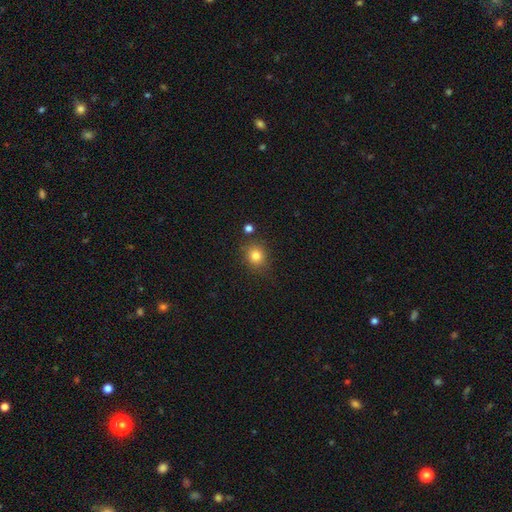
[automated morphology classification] Smooth or featured?
  - smooth: 82% *
  - star or artifact: 12%
  - featured or disk: 6%
How rounded?
  - round: 80% *
  - in between: 19%
  - cigar-shaped: 1%
Merging?
  - none: 81% *
  - minor disturbance: 11%
  - merger: 5%
  - major disturbance: 3%